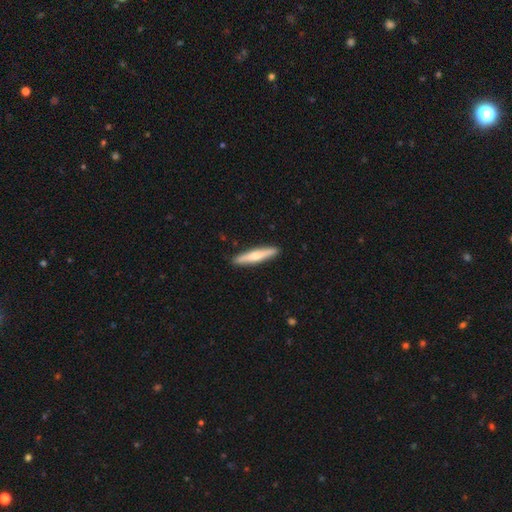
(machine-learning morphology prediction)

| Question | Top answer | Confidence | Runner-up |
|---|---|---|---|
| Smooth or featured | smooth | 54% | featured or disk (41%) |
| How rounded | cigar-shaped | 90% | in between (8%) |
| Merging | none | 91% | minor disturbance (7%) |